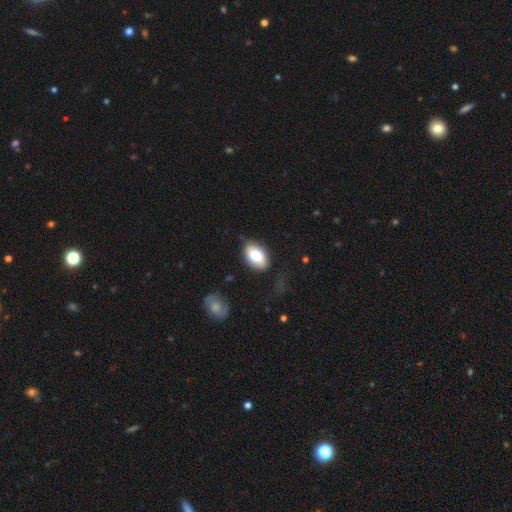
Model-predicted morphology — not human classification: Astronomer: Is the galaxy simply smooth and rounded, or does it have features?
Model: smooth — 74%.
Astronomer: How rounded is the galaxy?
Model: in between — 88%.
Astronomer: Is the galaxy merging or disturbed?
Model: none — 77%.